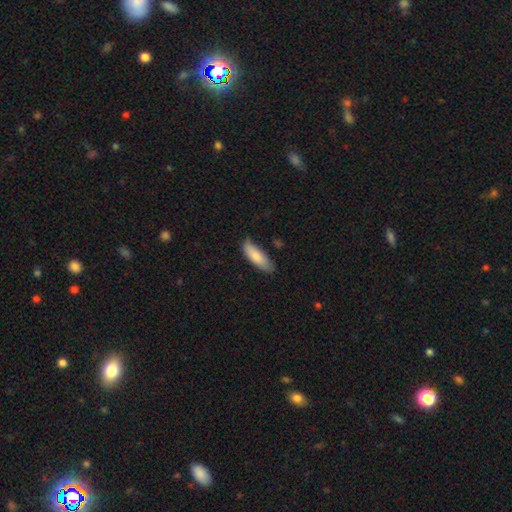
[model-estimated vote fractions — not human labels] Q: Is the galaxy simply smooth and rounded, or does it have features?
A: smooth — 83%.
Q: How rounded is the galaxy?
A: in between — 58%.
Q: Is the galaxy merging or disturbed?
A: none — 74%.